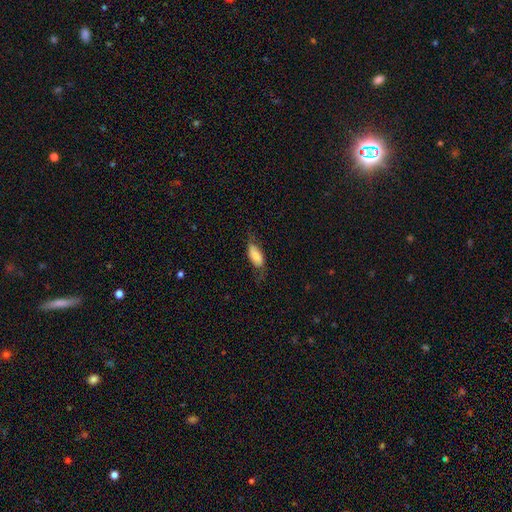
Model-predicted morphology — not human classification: Smooth or featured? smooth (71%)
How rounded? in between (85%)
Merging? none (55%)